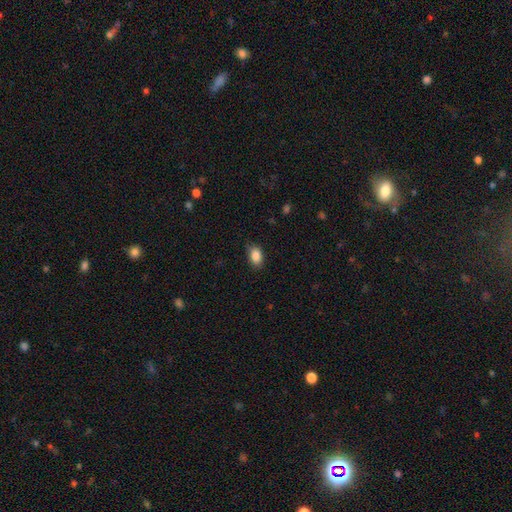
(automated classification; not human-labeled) smooth 87%, star or artifact 8%, featured or disk 5%. Down the decision tree: how rounded — in between (84%); merging — none (79%).